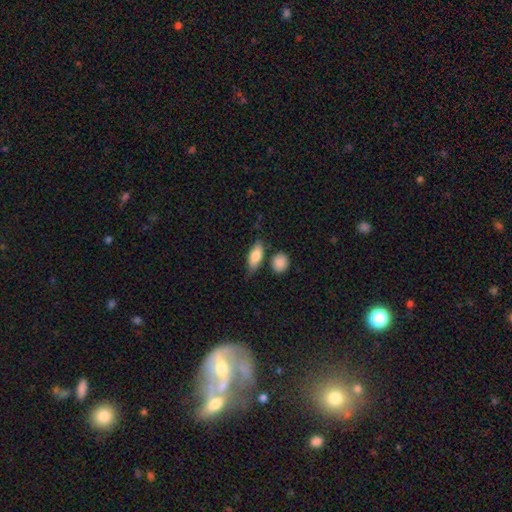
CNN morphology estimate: Smooth or featured? Predicted: smooth (p=0.78). How rounded? Predicted: in between (p=0.77). Merging? Predicted: none (p=0.70).